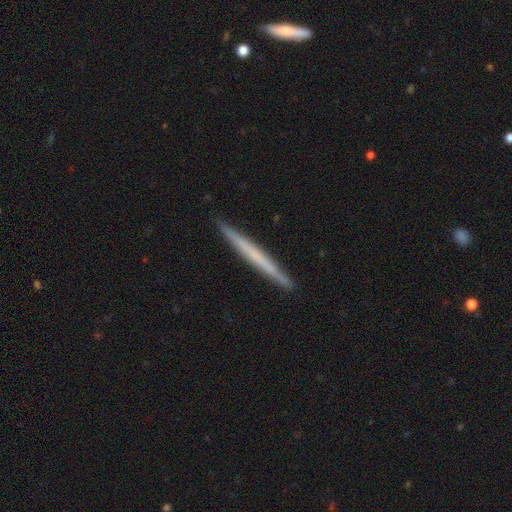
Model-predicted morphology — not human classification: This appears to be a smooth galaxy with no disk features (49%). Merging: none (92%).